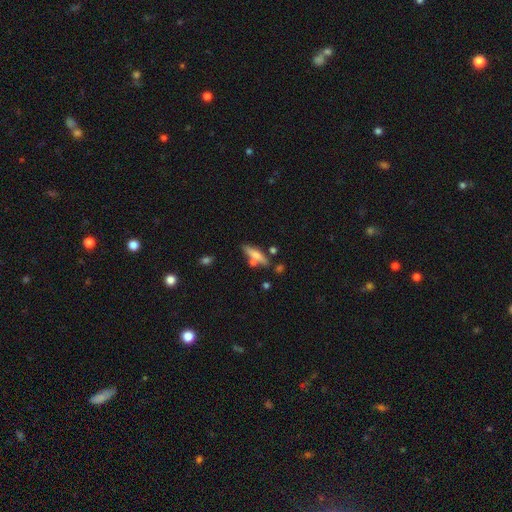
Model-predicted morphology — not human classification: A smooth galaxy with no disk features (62%) that is cigar-shaped (72%). Merging: none (70%).